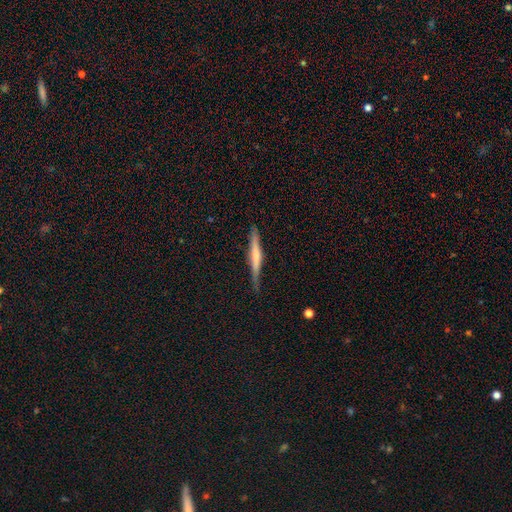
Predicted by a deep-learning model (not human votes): Smooth or featured? Predicted: featured or disk (p=0.57). Edge-on disk? Predicted: yes (p=0.97). Edge-on bulge? Predicted: rounded (p=0.47). Merging? Predicted: none (p=0.82).